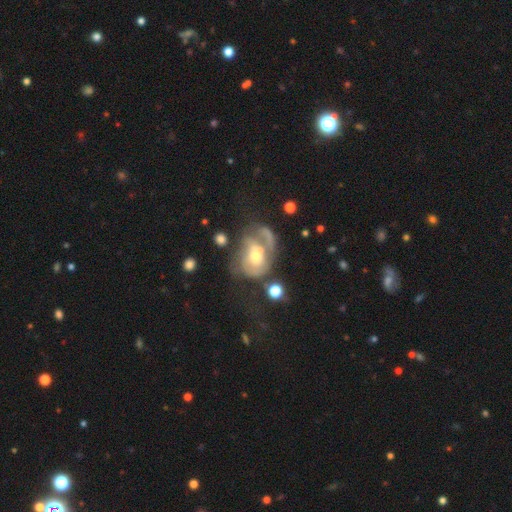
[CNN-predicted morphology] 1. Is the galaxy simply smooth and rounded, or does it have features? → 68% featured or disk, 24% smooth, 9% star or artifact.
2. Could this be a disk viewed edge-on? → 97% no, 3% yes.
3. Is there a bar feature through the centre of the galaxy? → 72% no, 23% weak, 6% strong.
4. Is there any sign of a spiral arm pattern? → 66% yes, 34% no.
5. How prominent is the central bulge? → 64% moderate, 24% small, 8% large, 2% none, 1% dominant.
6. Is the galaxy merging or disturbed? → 38% major disturbance, 28% none, 18% minor disturbance, 16% merger.